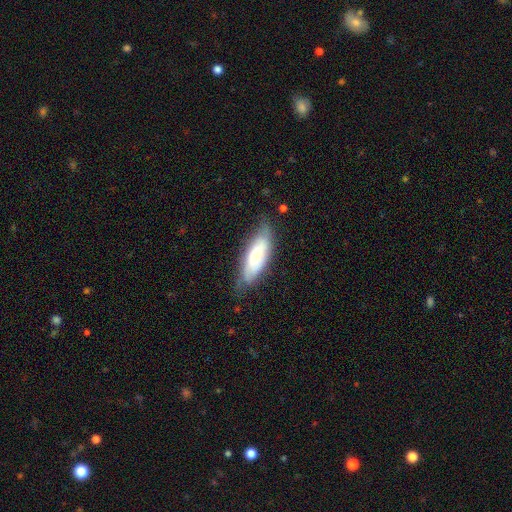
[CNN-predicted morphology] Smooth or featured?
  - smooth: 52% *
  - featured or disk: 41%
  - star or artifact: 7%
How rounded?
  - in between: 62% *
  - cigar-shaped: 36%
  - round: 2%
Merging?
  - none: 69% *
  - minor disturbance: 24%
  - major disturbance: 6%
  - merger: 1%